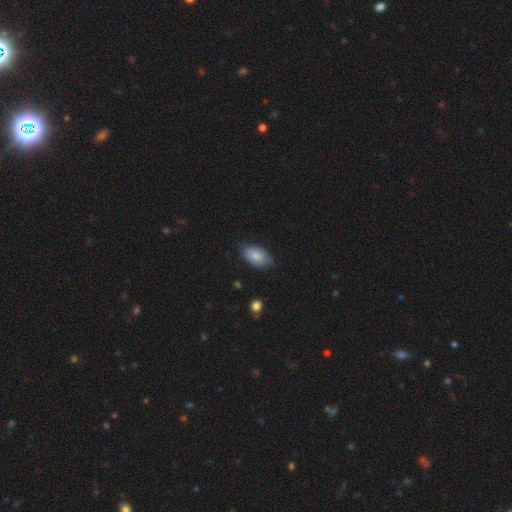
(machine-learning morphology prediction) Q: Smooth or featured?
A: smooth (85%); runner-up: featured or disk (9%)
Q: How rounded?
A: in between (93%); runner-up: round (5%)
Q: Merging?
A: none (76%); runner-up: minor disturbance (20%)